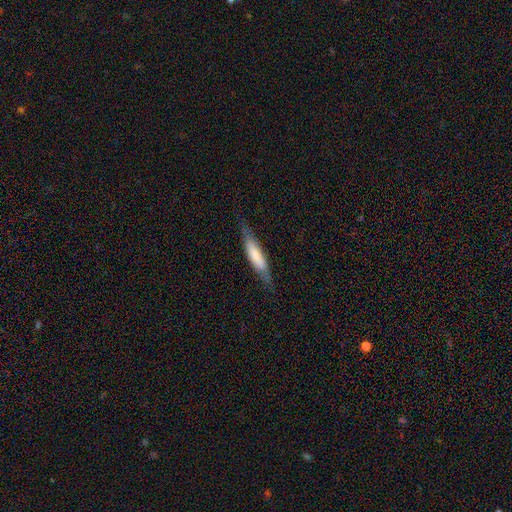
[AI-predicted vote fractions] A smooth galaxy with no disk features (63%) that is cigar-shaped (78%).

Vote fractions:
- Smooth or featured? smooth: 63% / featured or disk: 32% / star or artifact: 6%
- How rounded? cigar-shaped: 78% / in between: 21% / round: 1%
- Merging? none: 76% / minor disturbance: 18% / major disturbance: 5% / merger: 1%